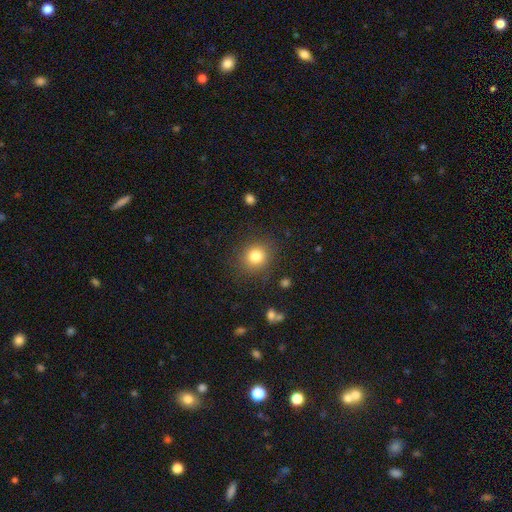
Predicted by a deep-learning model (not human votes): Morphology: type=smooth (82%); roundness=round (83%); merging=none (86%).